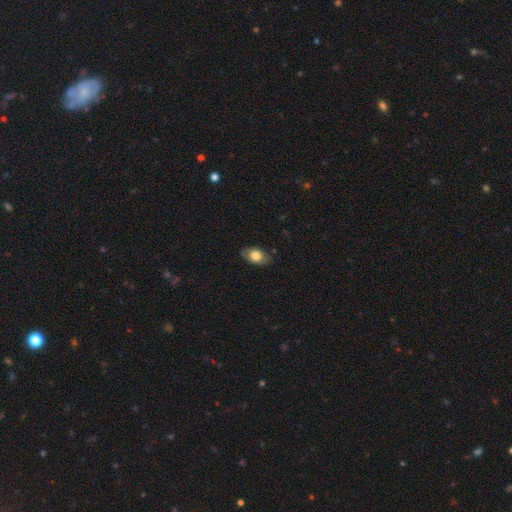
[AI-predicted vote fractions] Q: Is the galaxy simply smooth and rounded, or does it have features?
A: smooth — 73%.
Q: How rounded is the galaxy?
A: in between — 88%.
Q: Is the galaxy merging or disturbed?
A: none — 81%.